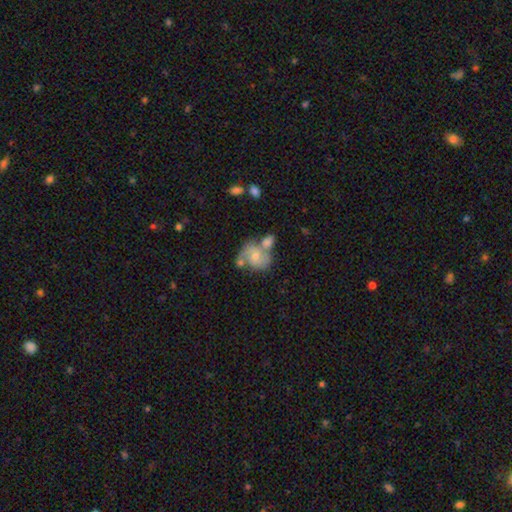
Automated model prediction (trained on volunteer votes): Smooth or featured: featured or disk — 56% (smooth — 37%)
Edge-on disk: no — 97% (yes — 3%)
Bar: no — 73% (weak — 23%)
Spiral arms: yes — 75% (no — 25%)
Bulge size: small — 53% (moderate — 40%)
Merging: merger — 41% (none — 31%)